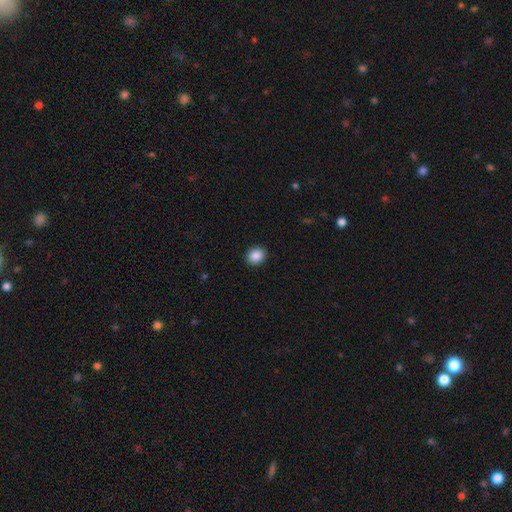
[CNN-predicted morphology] Smooth or featured? smooth (88%)
How rounded? round (64%)
Merging? none (91%)